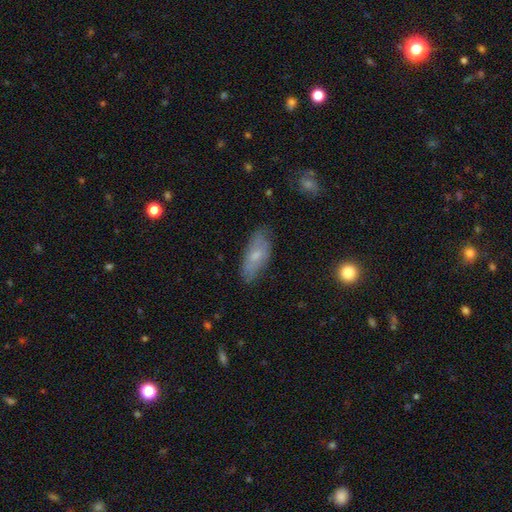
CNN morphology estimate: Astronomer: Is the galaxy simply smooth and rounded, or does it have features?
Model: smooth — 61%.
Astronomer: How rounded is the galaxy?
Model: in between — 80%.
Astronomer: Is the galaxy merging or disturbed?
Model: none — 75%.